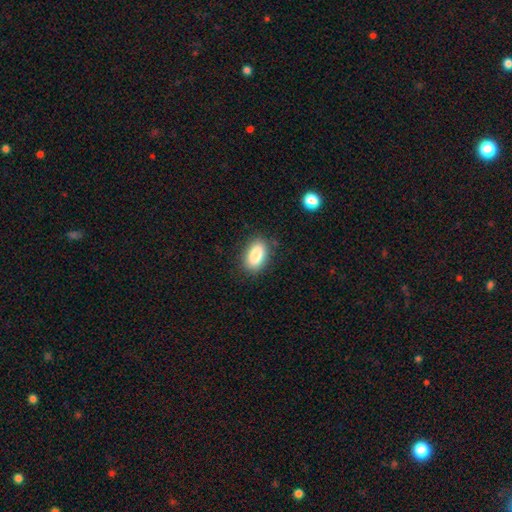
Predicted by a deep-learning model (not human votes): Q: Smooth or featured?
A: smooth (87%); runner-up: star or artifact (7%)
Q: How rounded?
A: in between (92%); runner-up: round (5%)
Q: Merging?
A: none (85%); runner-up: minor disturbance (11%)